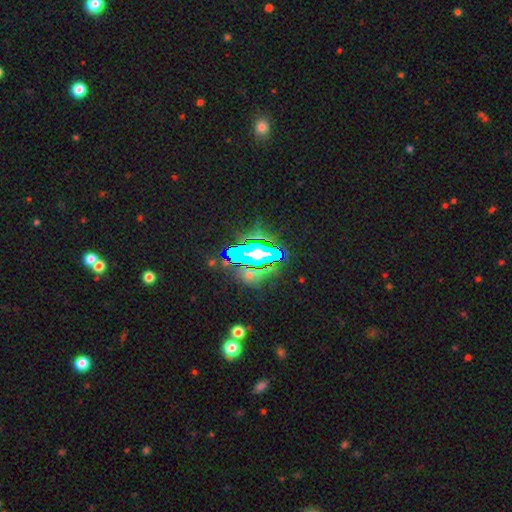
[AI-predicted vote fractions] A star or artifact, not a galaxy (73%).

Vote fractions:
- Smooth or featured? star or artifact: 73% / smooth: 16% / featured or disk: 11%